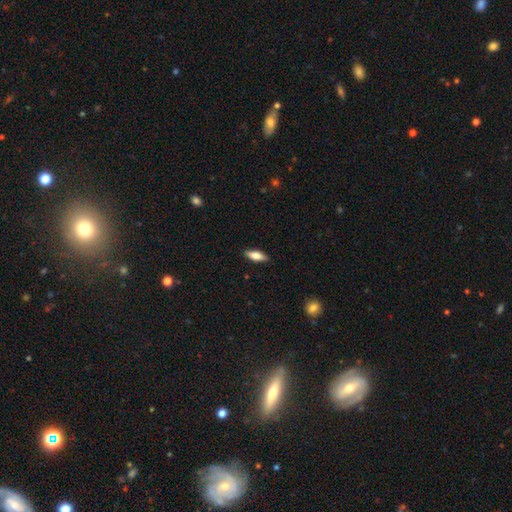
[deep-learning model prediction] This appears to be a smooth galaxy with no disk features (69%) that is in between round and cigar-shaped (65%). Merging: none (87%).